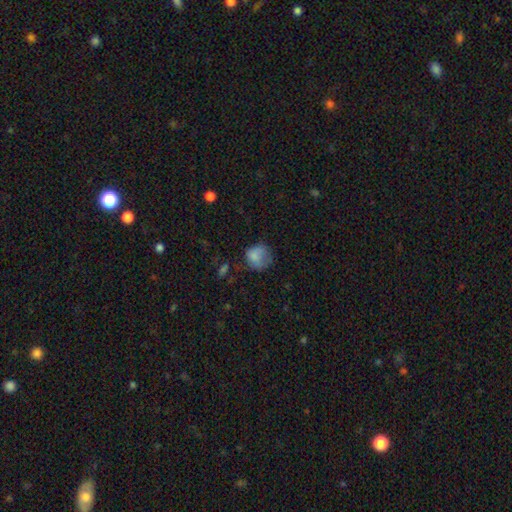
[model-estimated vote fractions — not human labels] Smooth or featured? smooth (77%)
How rounded? round (74%)
Merging? none (45%)